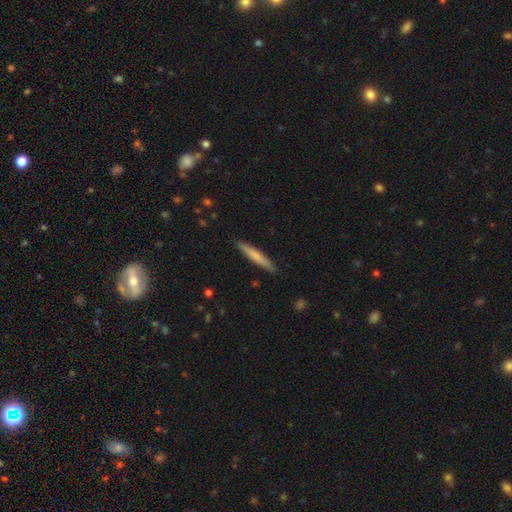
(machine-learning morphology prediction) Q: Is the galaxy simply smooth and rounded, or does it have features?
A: smooth — 67%.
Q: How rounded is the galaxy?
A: cigar-shaped — 94%.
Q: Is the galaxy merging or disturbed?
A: none — 89%.